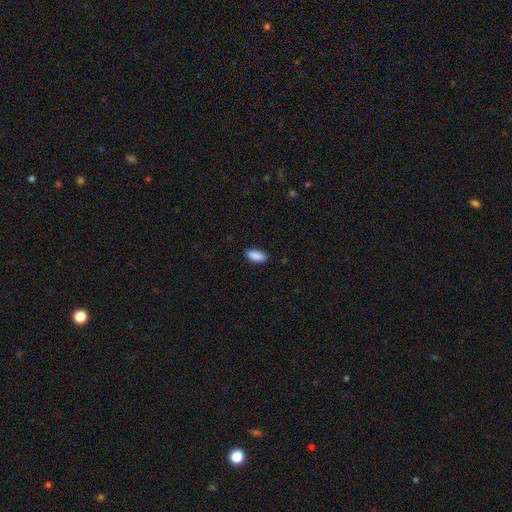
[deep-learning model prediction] Smooth or featured?
  - smooth: 90% *
  - star or artifact: 7%
  - featured or disk: 3%
How rounded?
  - in between: 88% *
  - cigar-shaped: 10%
  - round: 2%
Merging?
  - none: 87% *
  - minor disturbance: 10%
  - major disturbance: 2%
  - merger: 1%